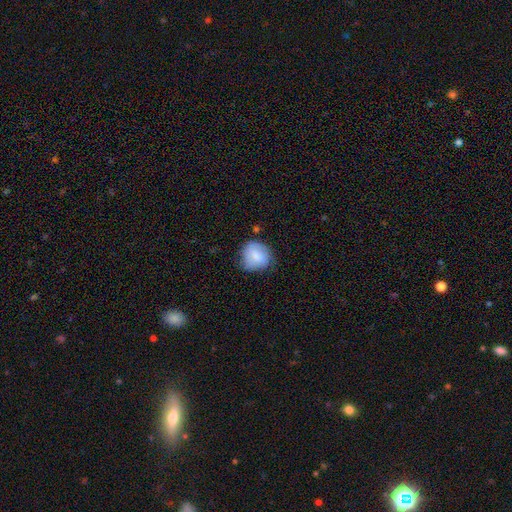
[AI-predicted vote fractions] A smooth galaxy with no disk features (78%) that is round (75%).

Vote fractions:
- Smooth or featured? smooth: 78% / featured or disk: 15% / star or artifact: 7%
- How rounded? round: 75% / in between: 24% / cigar-shaped: 1%
- Merging? none: 62% / minor disturbance: 29% / major disturbance: 7% / merger: 2%